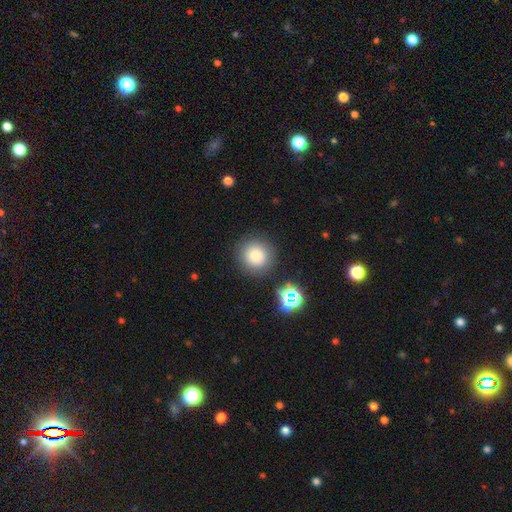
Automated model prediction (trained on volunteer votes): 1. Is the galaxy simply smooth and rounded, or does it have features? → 81% smooth, 12% star or artifact, 6% featured or disk.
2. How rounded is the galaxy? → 94% round, 5% in between, 1% cigar-shaped.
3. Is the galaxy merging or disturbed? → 86% none, 8% minor disturbance, 4% merger, 3% major disturbance.